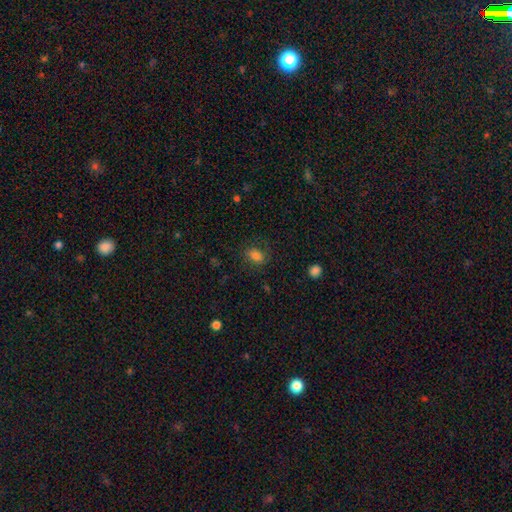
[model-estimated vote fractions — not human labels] smooth 77%, star or artifact 12%, featured or disk 12%. Down the decision tree: how rounded — in between (64%); merging — none (73%).